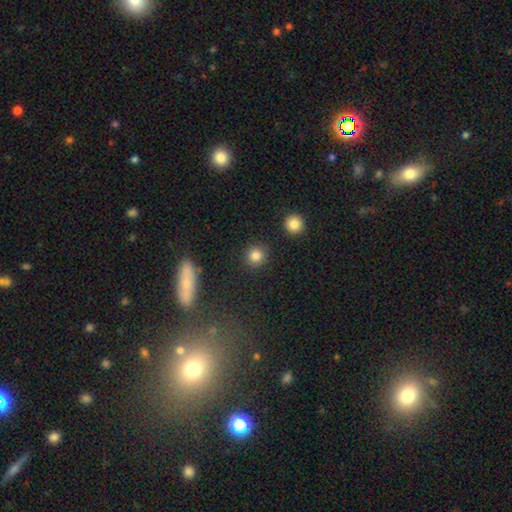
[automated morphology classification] The model was most divided on "smooth or featured": smooth: 83%, star or artifact: 11%, featured or disk: 5%. More confident: how rounded — round (93%); merging — none (91%).